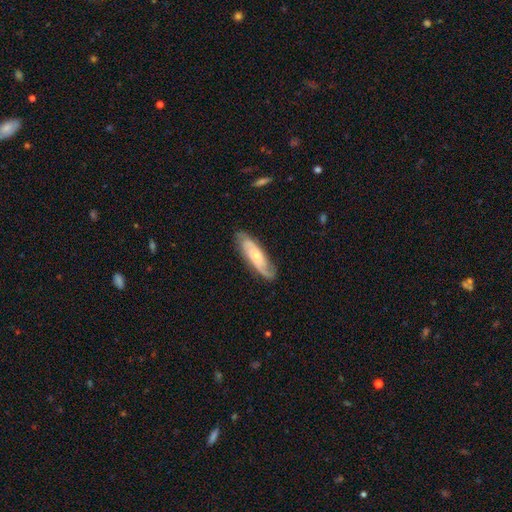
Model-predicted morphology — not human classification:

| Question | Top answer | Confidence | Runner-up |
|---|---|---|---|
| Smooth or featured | featured or disk | 71% | smooth (23%) |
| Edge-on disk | no | 83% | yes (17%) |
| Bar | no | 68% | weak (25%) |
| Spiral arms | yes | 92% | no (8%) |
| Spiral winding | tight | 43% | medium (41%) |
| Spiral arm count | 2 | 66% | can't tell (20%) |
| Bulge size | small | 63% | moderate (30%) |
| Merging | none | 77% | minor disturbance (17%) |